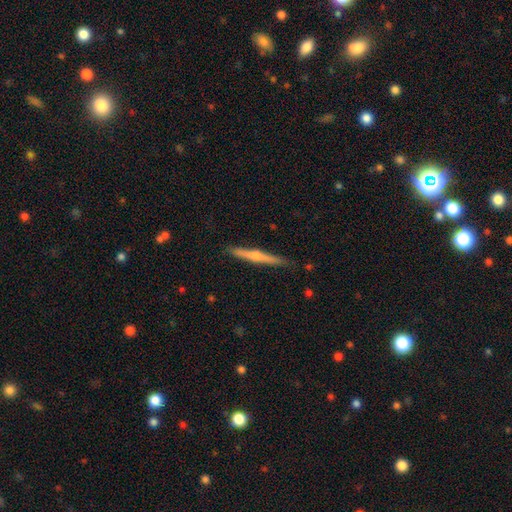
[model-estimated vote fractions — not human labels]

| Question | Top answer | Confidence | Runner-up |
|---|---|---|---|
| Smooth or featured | featured or disk | 68% | smooth (25%) |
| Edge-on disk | yes | 98% | no (2%) |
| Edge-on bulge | rounded | 78% | none (17%) |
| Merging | none | 89% | minor disturbance (8%) |